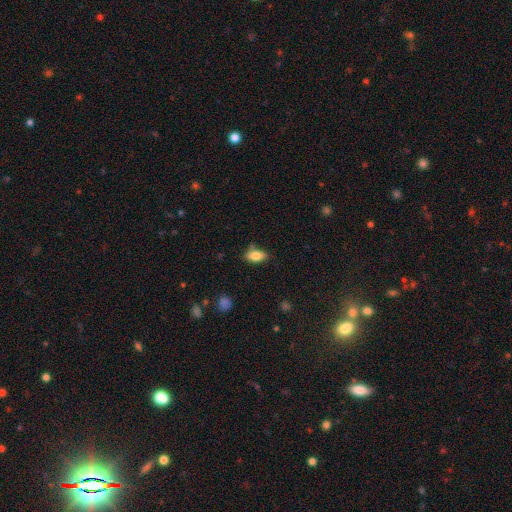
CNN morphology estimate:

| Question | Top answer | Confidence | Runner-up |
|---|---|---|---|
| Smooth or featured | smooth | 81% | featured or disk (12%) |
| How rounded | in between | 88% | cigar-shaped (7%) |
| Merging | none | 69% | minor disturbance (22%) |